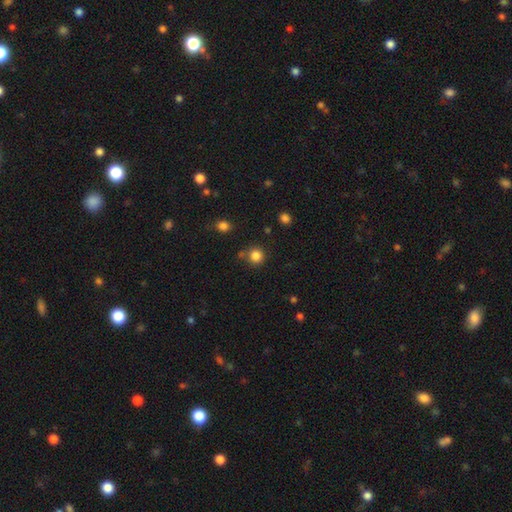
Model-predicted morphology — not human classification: Smooth or featured?
  - smooth: 83% *
  - star or artifact: 12%
  - featured or disk: 4%
How rounded?
  - round: 92% *
  - in between: 7%
  - cigar-shaped: 1%
Merging?
  - none: 80% *
  - minor disturbance: 9%
  - merger: 8%
  - major disturbance: 3%